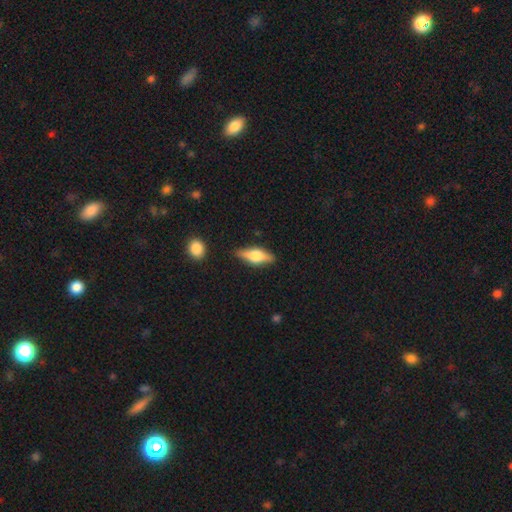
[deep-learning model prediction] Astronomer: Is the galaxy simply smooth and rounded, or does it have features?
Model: featured or disk — 50% (runner-up: smooth, 43%).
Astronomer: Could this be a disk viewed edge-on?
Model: yes — 93%.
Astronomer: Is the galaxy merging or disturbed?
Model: none — 86%.